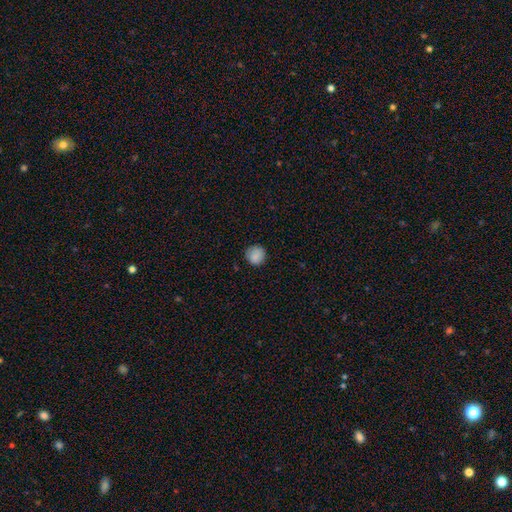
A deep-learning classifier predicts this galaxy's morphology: A smooth galaxy with no disk features (87%) that is round (93%).

Vote fractions:
- Smooth or featured? smooth: 87% / star or artifact: 9% / featured or disk: 4%
- How rounded? round: 93% / in between: 6% / cigar-shaped: 1%
- Merging? none: 87% / minor disturbance: 10% / major disturbance: 2% / merger: 1%